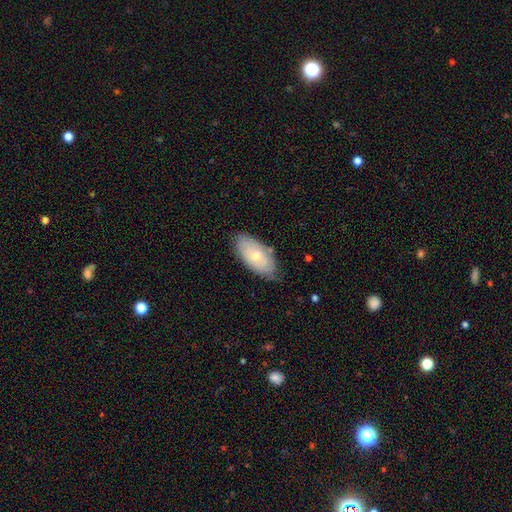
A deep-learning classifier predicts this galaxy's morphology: Smooth or featured? smooth (59%)
How rounded? in between (92%)
Merging? none (72%)